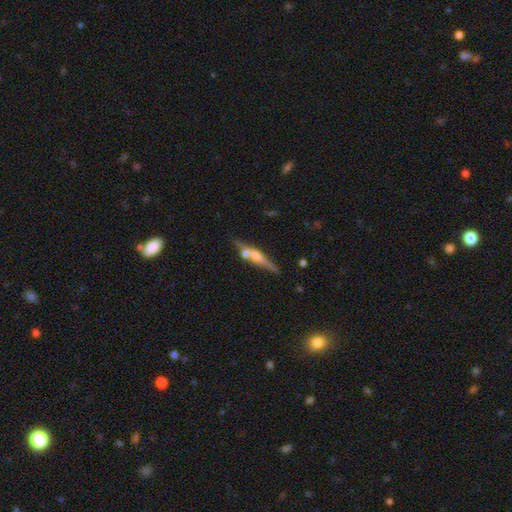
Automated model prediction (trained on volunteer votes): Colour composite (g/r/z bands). It shows a featured or disk galaxy (66%) viewed edge-on (94%) with a rounded central bulge (79%). Merging: none (69%).